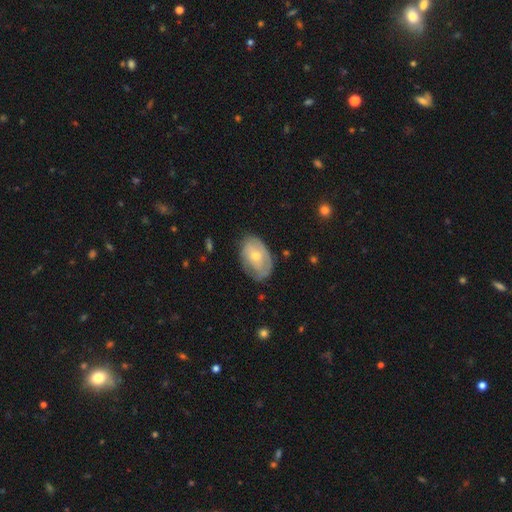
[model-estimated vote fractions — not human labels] This appears to be a smooth galaxy with no disk features (50%) that is in between round and cigar-shaped (87%). Merging: none (62%).